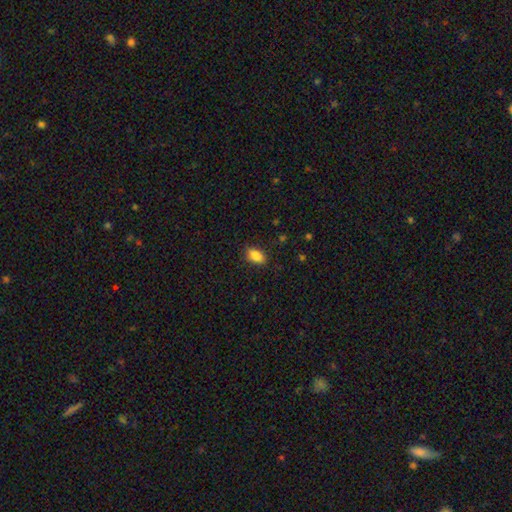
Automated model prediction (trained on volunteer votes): This appears to be a smooth galaxy with no disk features (88%) that is in between round and cigar-shaped (90%). Merging: none (86%).